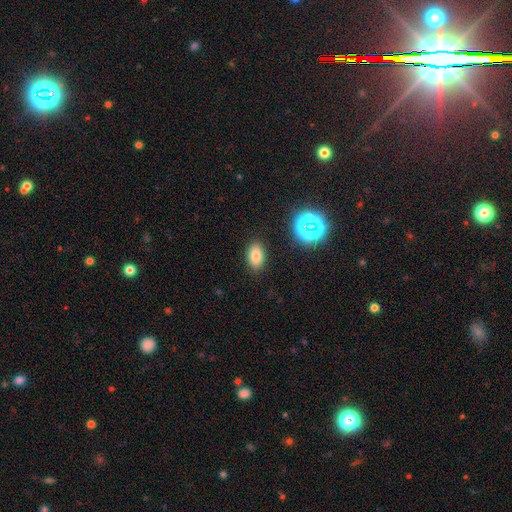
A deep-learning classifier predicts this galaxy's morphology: smooth_or_featured: smooth (p=0.78) [alt: star or artifact p=0.14]
how_rounded: in between (p=0.89) [alt: round p=0.09]
merging: none (p=0.87) [alt: minor disturbance p=0.08]